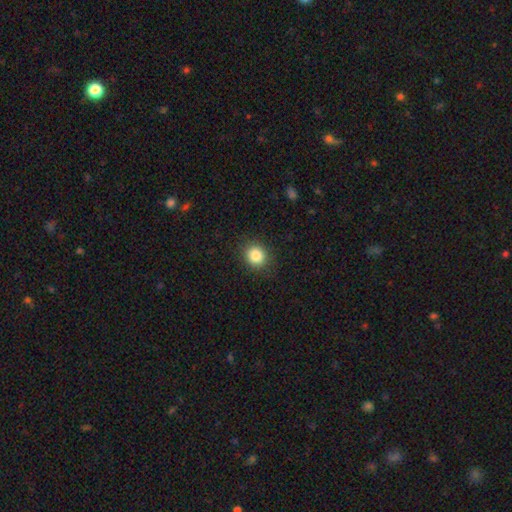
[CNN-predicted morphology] A smooth galaxy with no disk features (85%) that is round (81%). Merging: none (89%).